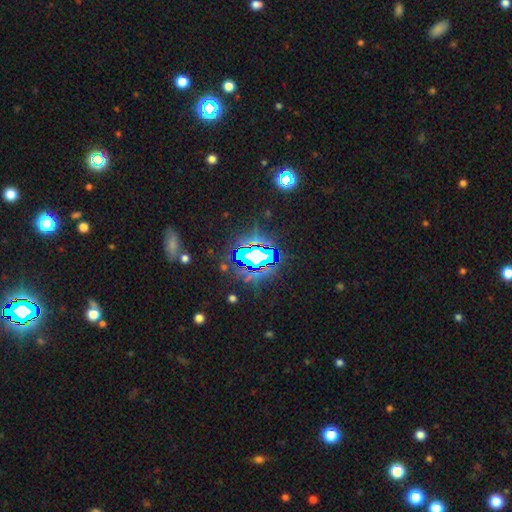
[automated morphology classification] Q: Smooth or featured?
A: star or artifact (72%); runner-up: smooth (15%)